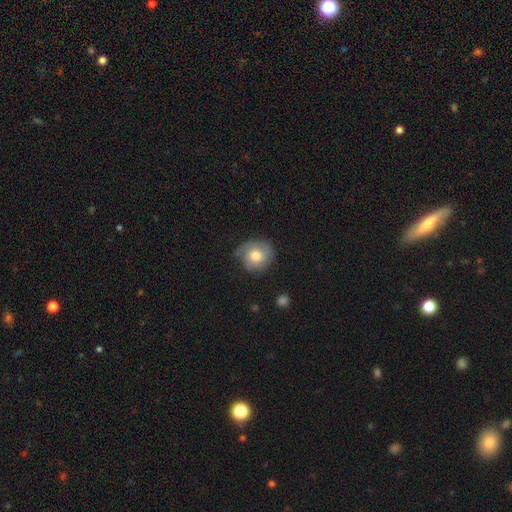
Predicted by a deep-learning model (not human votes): smooth-or-featured: smooth: 64% | featured or disk: 28% | star or artifact: 8%
  how-rounded: round: 83% | in between: 16% | cigar-shaped: 1%
  merging: none: 64% | minor disturbance: 27% | major disturbance: 7% | merger: 2%